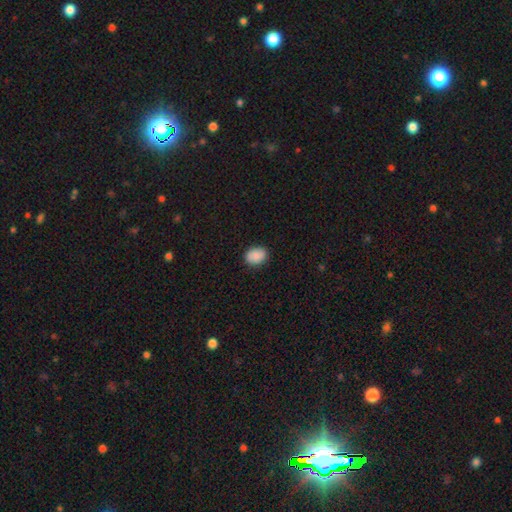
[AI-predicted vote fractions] Smooth or featured: smooth — 89% (star or artifact — 8%)
How rounded: in between — 67% (round — 32%)
Merging: none — 87% (minor disturbance — 10%)